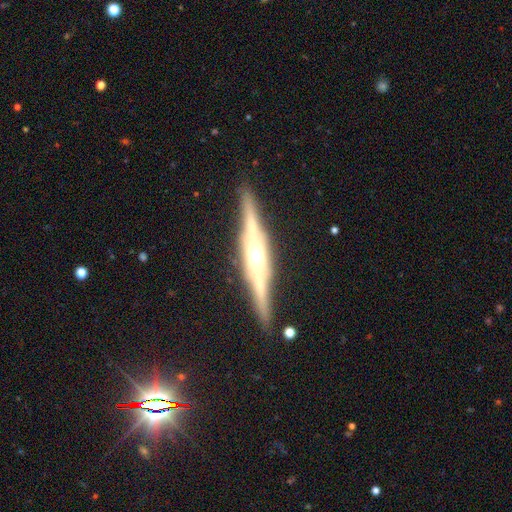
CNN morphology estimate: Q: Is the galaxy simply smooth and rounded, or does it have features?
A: featured or disk — 85%.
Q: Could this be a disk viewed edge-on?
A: yes — 97%.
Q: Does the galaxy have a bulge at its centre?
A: rounded — 59%.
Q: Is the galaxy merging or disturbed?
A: none — 88%.